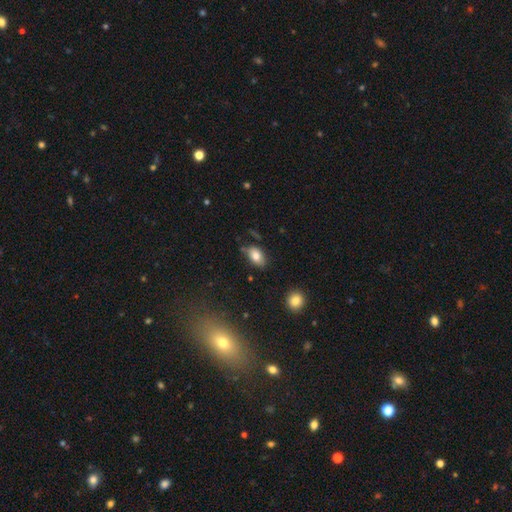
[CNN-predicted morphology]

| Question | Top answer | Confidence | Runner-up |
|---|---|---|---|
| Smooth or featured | smooth | 81% | featured or disk (10%) |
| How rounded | in between | 89% | round (9%) |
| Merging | none | 67% | minor disturbance (24%) |